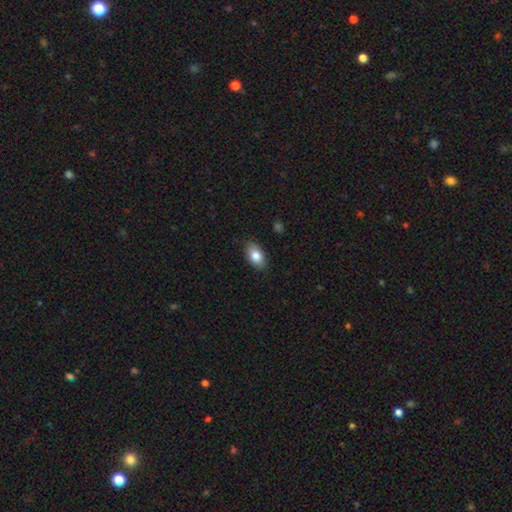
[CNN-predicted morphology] Smooth or featured? smooth (83%)
How rounded? in between (91%)
Merging? none (86%)